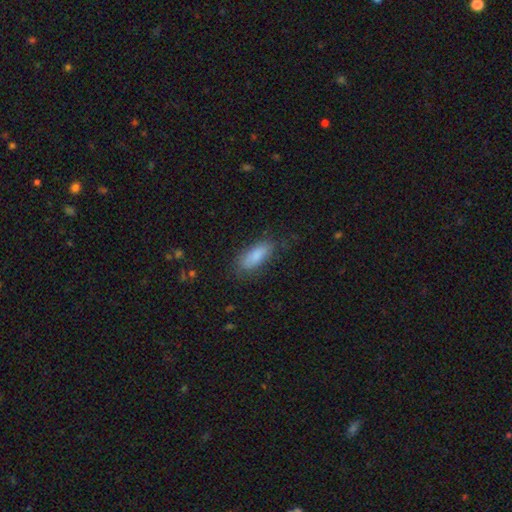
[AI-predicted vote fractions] A smooth galaxy with no disk features (85%) that is in between round and cigar-shaped (75%). Merging: none (78%).